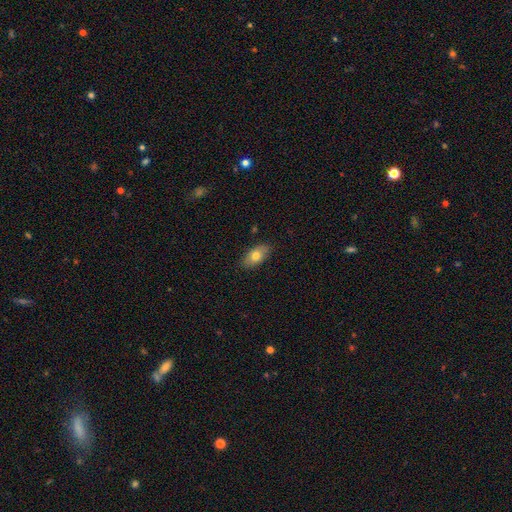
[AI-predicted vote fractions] A smooth galaxy with no disk features (73%) that is in between round and cigar-shaped (91%).

Vote fractions:
- Smooth or featured? smooth: 73% / featured or disk: 20% / star or artifact: 7%
- How rounded? in between: 91% / round: 5% / cigar-shaped: 4%
- Merging? none: 85% / minor disturbance: 12% / major disturbance: 2% / merger: 1%